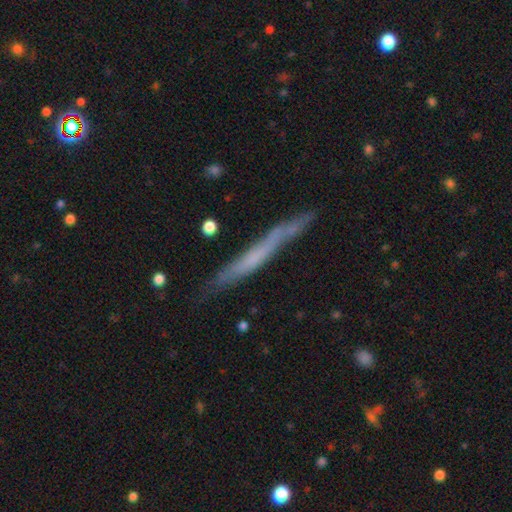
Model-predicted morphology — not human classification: A featured or disk galaxy (49%).

Vote fractions:
- Smooth or featured? featured or disk: 49% / smooth: 44% / star or artifact: 7%
- Merging? none: 73% / minor disturbance: 20% / major disturbance: 5% / merger: 3%